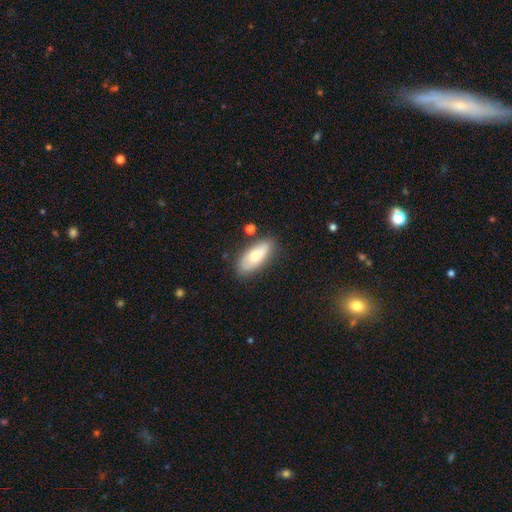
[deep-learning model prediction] The model was most divided on "smooth or featured": smooth: 70%, featured or disk: 23%, star or artifact: 7%. More confident: how rounded — in between (81%); merging — none (74%).